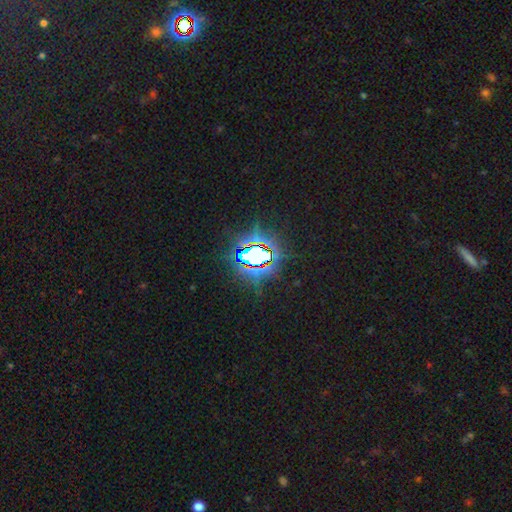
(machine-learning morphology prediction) This appears to be a star or artifact, not a galaxy (77%).